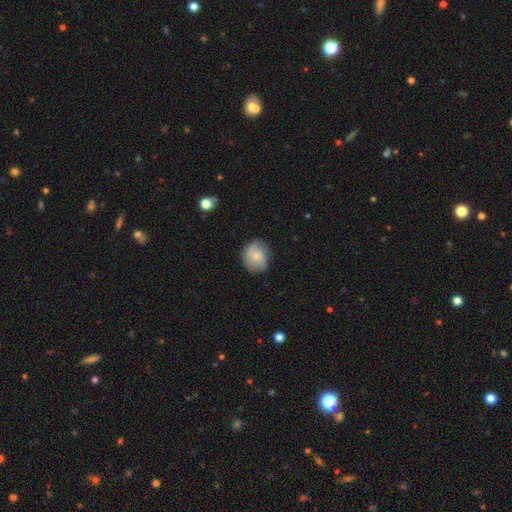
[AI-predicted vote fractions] A smooth galaxy with no disk features (68%) that is round (74%).

Vote fractions:
- Smooth or featured? smooth: 68% / featured or disk: 24% / star or artifact: 8%
- How rounded? round: 74% / in between: 25% / cigar-shaped: 1%
- Merging? none: 76% / minor disturbance: 19% / major disturbance: 5% / merger: 1%